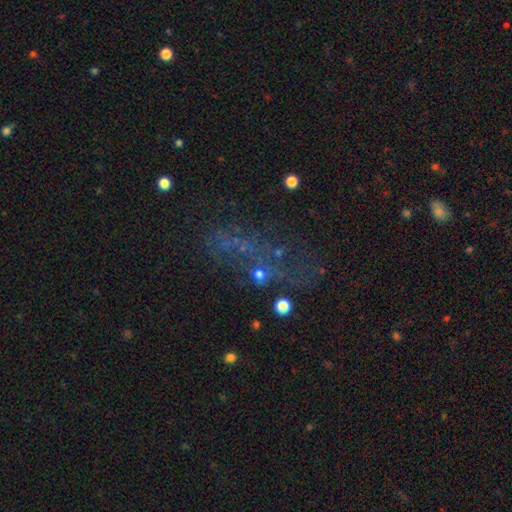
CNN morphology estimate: smooth-or-featured: star or artifact: 47% | smooth: 27% | featured or disk: 26%